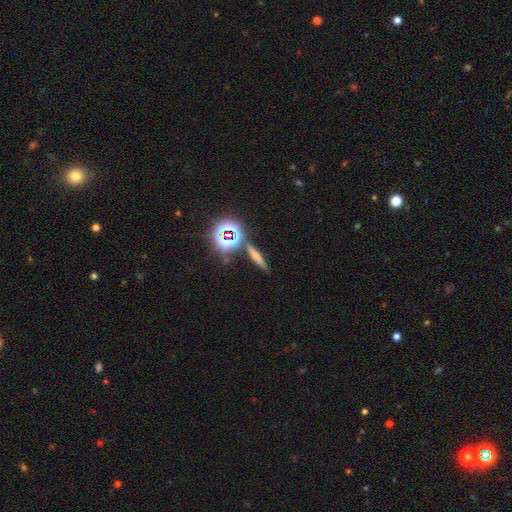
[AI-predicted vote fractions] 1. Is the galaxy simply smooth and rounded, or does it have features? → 47% smooth, 27% featured or disk, 26% star or artifact.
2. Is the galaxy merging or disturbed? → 81% none, 9% minor disturbance, 7% merger, 3% major disturbance.